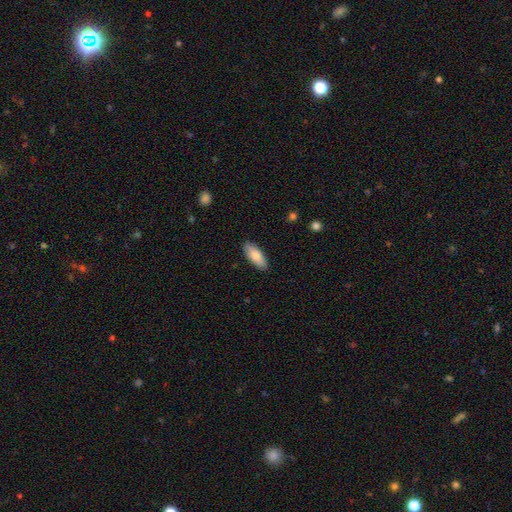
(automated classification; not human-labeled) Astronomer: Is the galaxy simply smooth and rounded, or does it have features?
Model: smooth — 81%.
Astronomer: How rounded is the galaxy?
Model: in between — 79%.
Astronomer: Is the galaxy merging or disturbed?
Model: none — 89%.